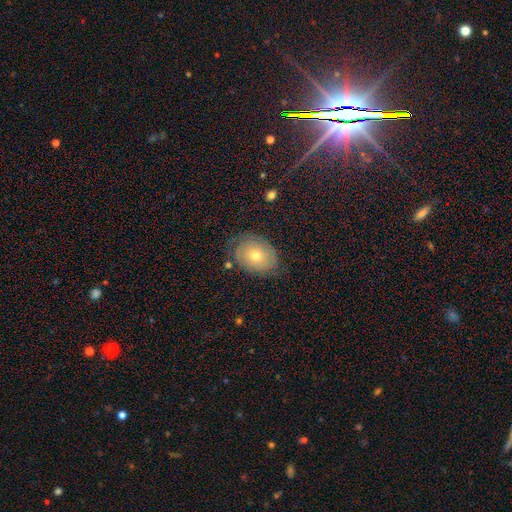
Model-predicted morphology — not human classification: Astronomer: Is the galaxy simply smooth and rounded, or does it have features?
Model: smooth — 45% (runner-up: featured or disk, 44%).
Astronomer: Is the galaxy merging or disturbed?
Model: none — 74%.